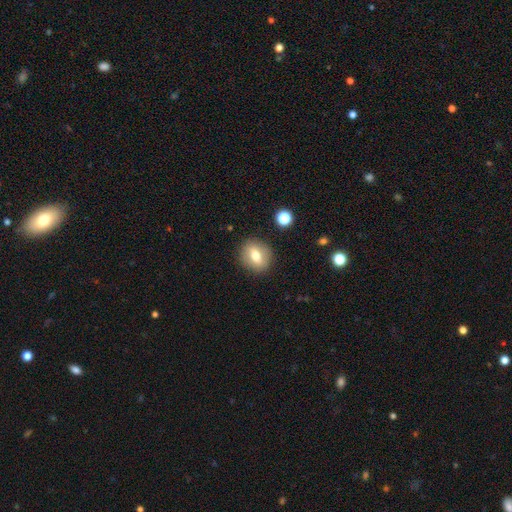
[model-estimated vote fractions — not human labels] Overall: smooth (62%; featured or disk 29%). How rounded: round (64%; in between 34%). Merging: none (87%).